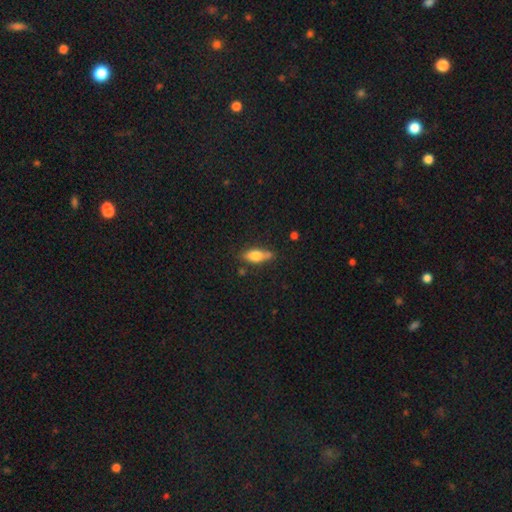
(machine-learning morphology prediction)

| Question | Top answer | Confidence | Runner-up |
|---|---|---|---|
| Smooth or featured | smooth | 73% | featured or disk (20%) |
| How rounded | in between | 70% | cigar-shaped (27%) |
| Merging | none | 64% | minor disturbance (24%) |